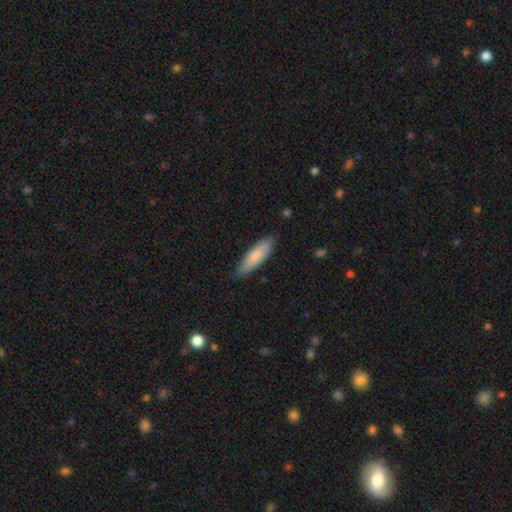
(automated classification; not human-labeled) Overall: smooth (79%). How rounded: cigar-shaped (67%; in between 31%). Merging: none (85%).